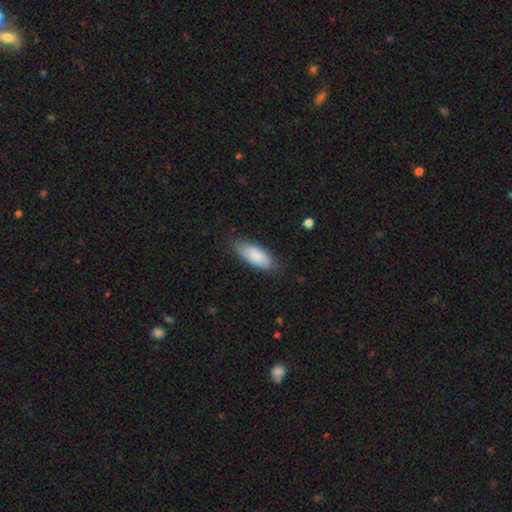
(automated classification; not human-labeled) The model was most divided on "merging": none: 78%, minor disturbance: 17%, major disturbance: 3%, merger: 1%. More confident: smooth or featured — smooth (87%); how rounded — in between (81%).